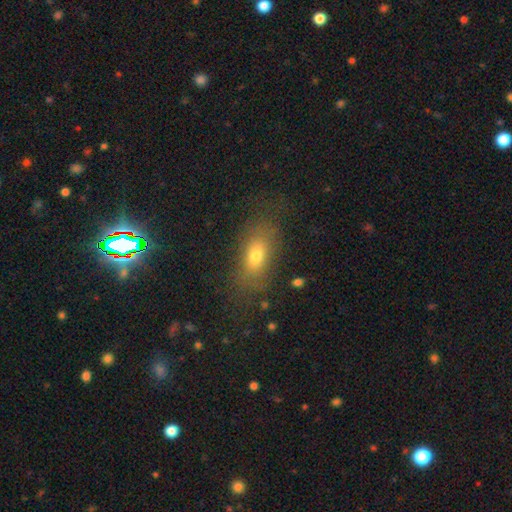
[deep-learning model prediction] Smooth or featured? Predicted: smooth (p=0.71). How rounded? Predicted: in between (p=0.80). Merging? Predicted: none (p=0.69).